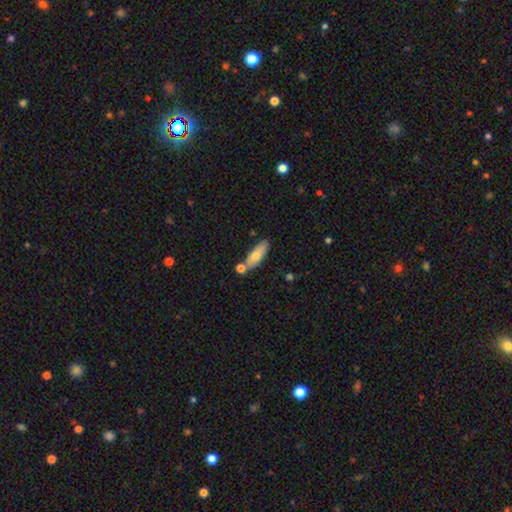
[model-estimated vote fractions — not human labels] This is likely a smooth galaxy (67%). How rounded: likely in between (63%). Merging: likely none (67%).